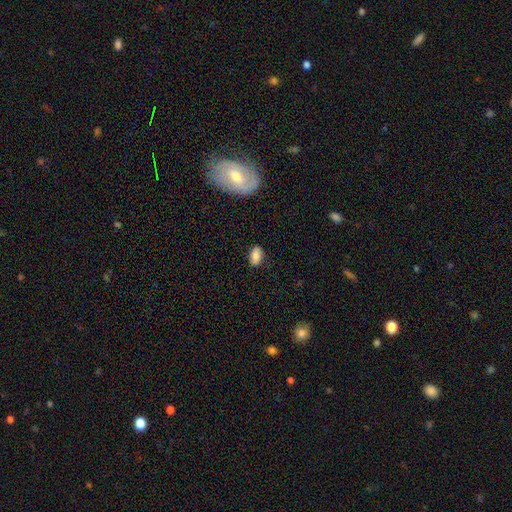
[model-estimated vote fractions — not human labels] smooth 83%, featured or disk 8%, star or artifact 8%. Down the decision tree: how rounded — in between (90%); merging — none (83%).